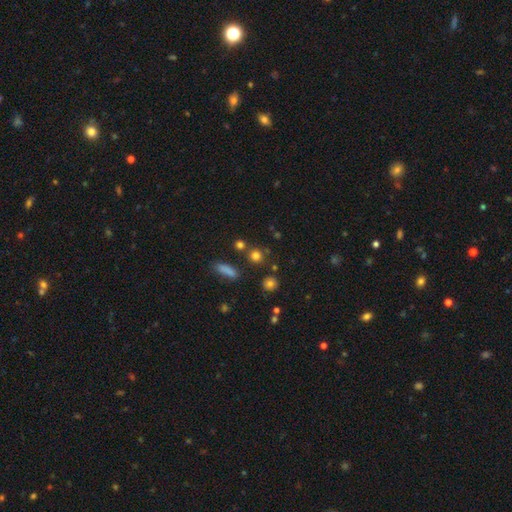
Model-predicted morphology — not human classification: Q: Smooth or featured?
A: smooth (77%); runner-up: star or artifact (16%)
Q: How rounded?
A: round (87%); runner-up: in between (10%)
Q: Merging?
A: none (78%); runner-up: merger (11%)